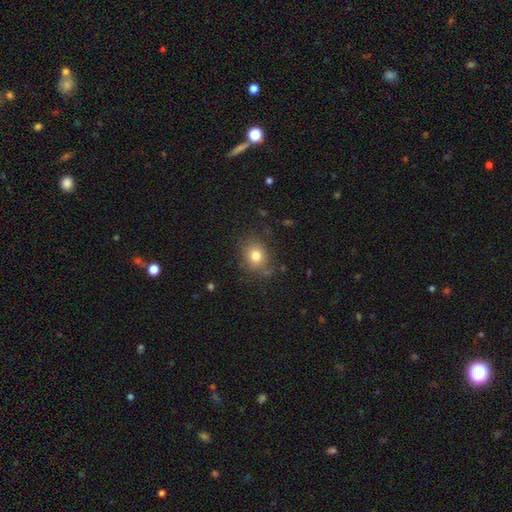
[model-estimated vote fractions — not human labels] A smooth galaxy with no disk features (78%) that is round (58%). Merging: none (77%).